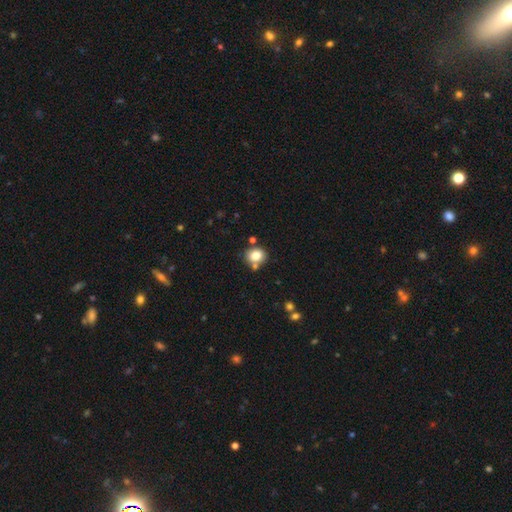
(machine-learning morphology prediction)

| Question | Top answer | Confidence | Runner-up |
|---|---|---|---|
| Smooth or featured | smooth | 81% | star or artifact (10%) |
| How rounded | round | 68% | in between (31%) |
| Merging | none | 69% | merger (15%) |